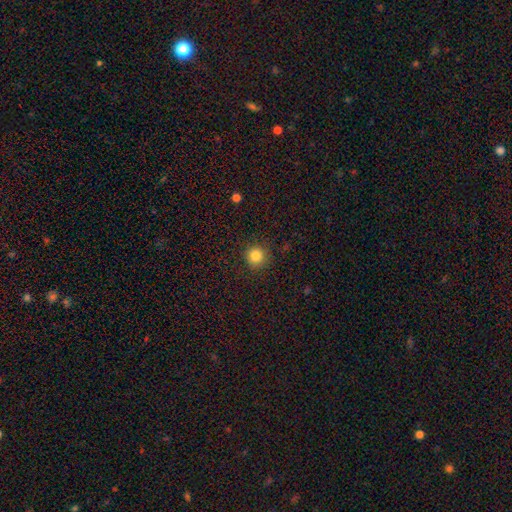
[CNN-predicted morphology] The model was most divided on "smooth or featured": smooth: 84%, star or artifact: 11%, featured or disk: 4%. More confident: how rounded — round (94%); merging — none (90%).